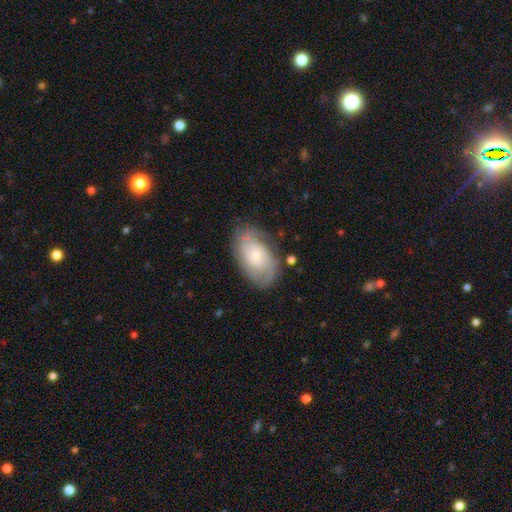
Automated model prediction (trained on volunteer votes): This is likely a featured or disk galaxy (66%). It is clearly not viewed edge-on (95%). Bar: likely no (71%). Spiral arm pattern: clearly yes (87%). Spiral arm count: marginally 2 (43%). Spiral winding: possibly tight (50%). Central bulge: likely small (68%). Merging: likely none (73%).